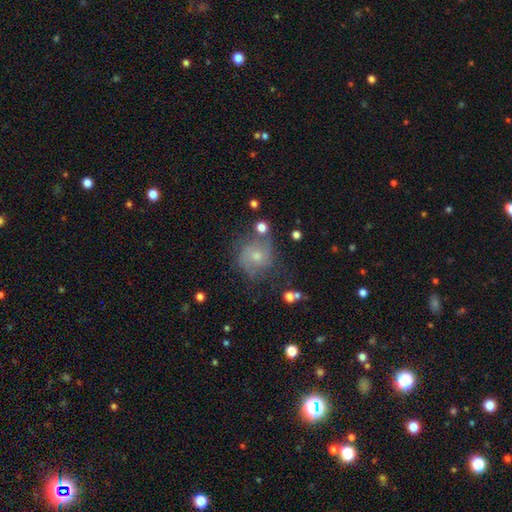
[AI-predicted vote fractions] This appears to be a featured or disk galaxy (46%). Merging: none (60%).